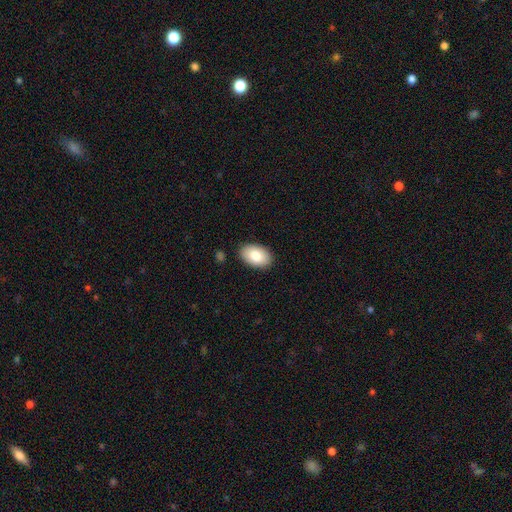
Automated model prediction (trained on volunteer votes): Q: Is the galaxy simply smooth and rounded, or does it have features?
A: smooth — 84%.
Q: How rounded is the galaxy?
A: in between — 92%.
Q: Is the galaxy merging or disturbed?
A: none — 88%.